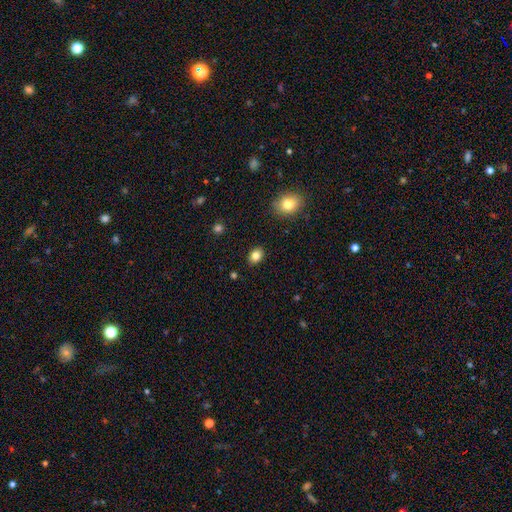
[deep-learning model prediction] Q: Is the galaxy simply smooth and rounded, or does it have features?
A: smooth — 82%.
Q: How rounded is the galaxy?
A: in between — 64%.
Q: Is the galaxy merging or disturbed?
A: none — 88%.